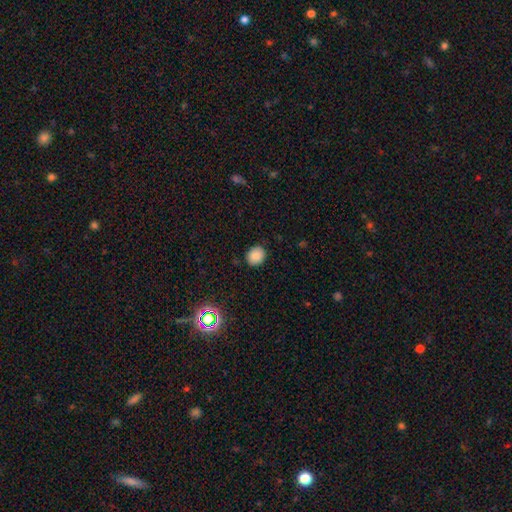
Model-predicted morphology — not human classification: smooth 84%, star or artifact 10%, featured or disk 5%. Down the decision tree: how rounded — round (63%); merging — none (87%).